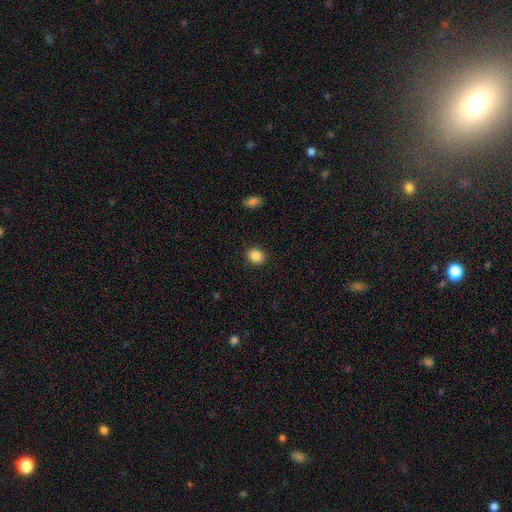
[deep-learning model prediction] Overall: smooth (87%). How rounded: round (58%; in between 41%). Merging: none (90%).